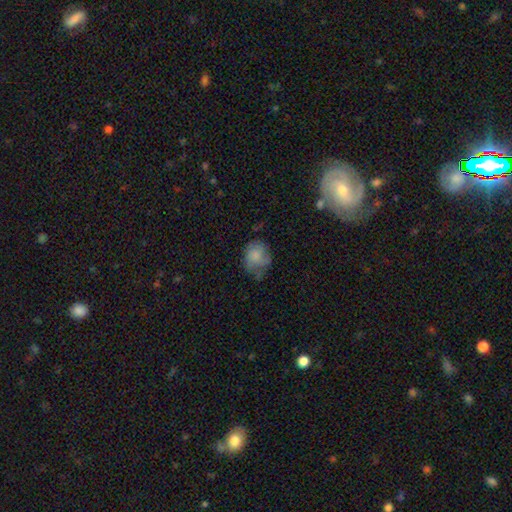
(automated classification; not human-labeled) Smooth or featured? Predicted: smooth (p=0.72). How rounded? Predicted: round (p=0.54). Merging? Predicted: none (p=0.45).